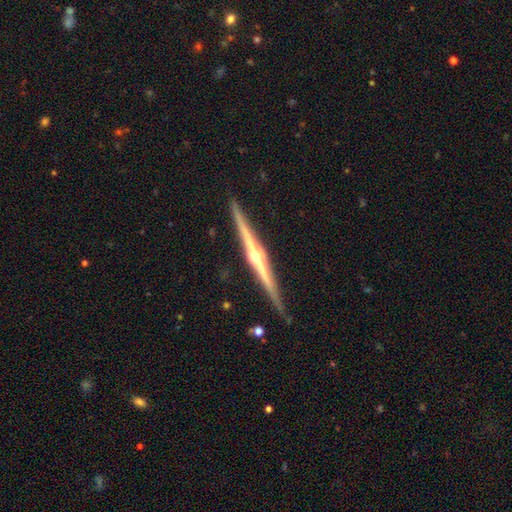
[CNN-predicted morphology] This is clearly a featured or disk galaxy (88%). It is clearly viewed edge-on (99%). Edge-on bulge: clearly rounded (92%). Merging: clearly none (90%).